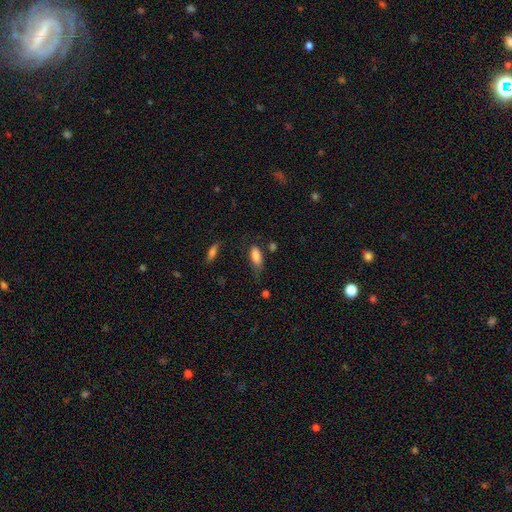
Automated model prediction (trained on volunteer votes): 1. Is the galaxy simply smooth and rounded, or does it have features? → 84% smooth, 8% featured or disk, 8% star or artifact.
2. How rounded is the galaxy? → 85% in between, 12% cigar-shaped, 3% round.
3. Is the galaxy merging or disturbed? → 52% none, 33% minor disturbance, 11% major disturbance, 4% merger.